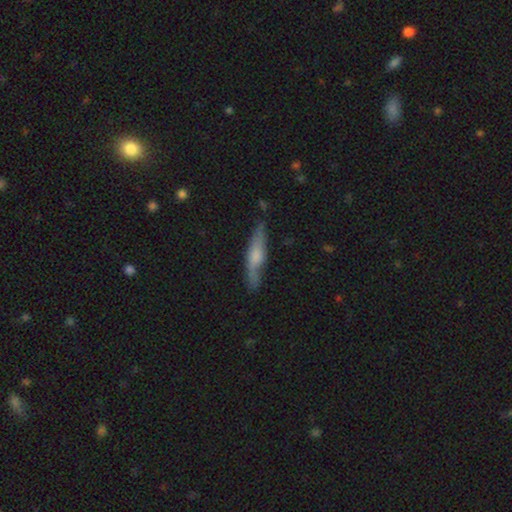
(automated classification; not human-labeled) Smooth or featured: smooth — 48% (featured or disk — 46%)
Merging: none — 75% (minor disturbance — 19%)